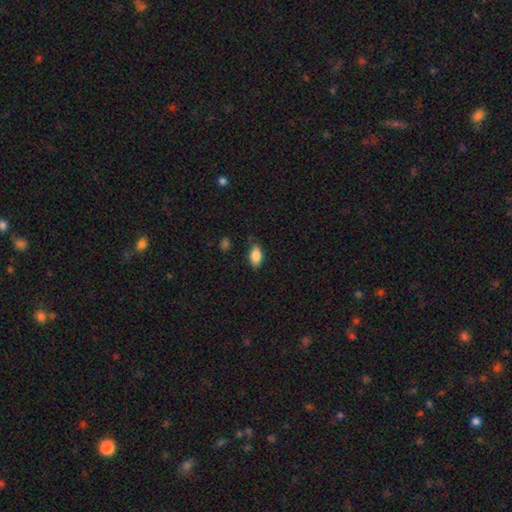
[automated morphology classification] A smooth galaxy with no disk features (85%) that is in between round and cigar-shaped (91%). Merging: none (78%).